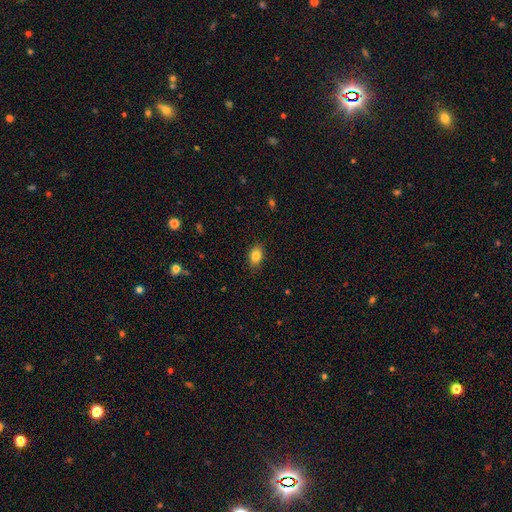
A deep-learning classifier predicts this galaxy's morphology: This appears to be a smooth galaxy with no disk features (84%) that is in between round and cigar-shaped (83%). Merging: none (87%).